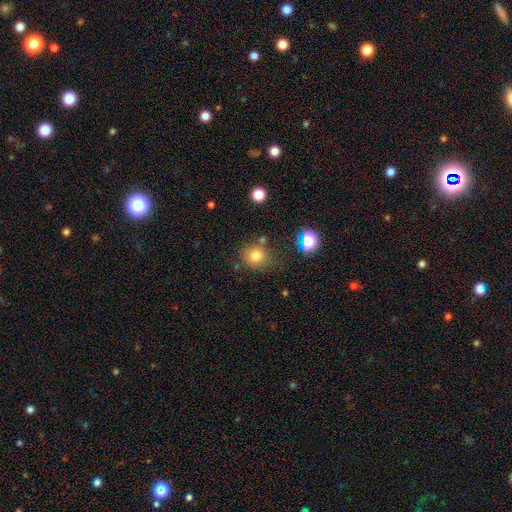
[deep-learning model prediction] smooth_or_featured: smooth (p=0.77) [alt: star or artifact p=0.15]
how_rounded: round (p=0.80) [alt: in between p=0.19]
merging: none (p=0.72) [alt: minor disturbance p=0.14]